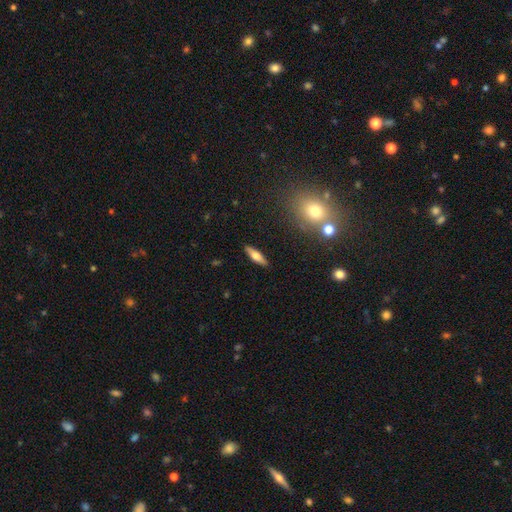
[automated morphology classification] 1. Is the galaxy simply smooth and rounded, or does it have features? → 59% smooth, 34% featured or disk, 7% star or artifact.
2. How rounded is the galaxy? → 55% cigar-shaped, 43% in between, 3% round.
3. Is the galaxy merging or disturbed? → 89% none, 8% minor disturbance, 2% major disturbance, 1% merger.